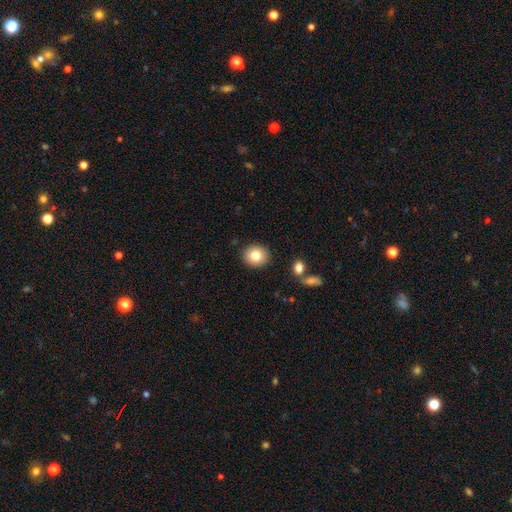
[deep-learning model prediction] A smooth galaxy with no disk features (80%) that is round (81%).

Vote fractions:
- Smooth or featured? smooth: 80% / featured or disk: 10% / star or artifact: 9%
- How rounded? round: 81% / in between: 18% / cigar-shaped: 1%
- Merging? none: 89% / minor disturbance: 7% / major disturbance: 2% / merger: 2%